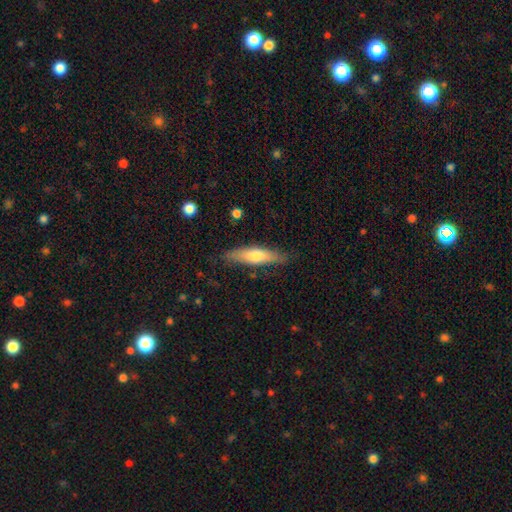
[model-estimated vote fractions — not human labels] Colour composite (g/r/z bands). It shows a smooth galaxy with no disk features (61%) that is cigar-shaped (74%). Merging: none (83%).